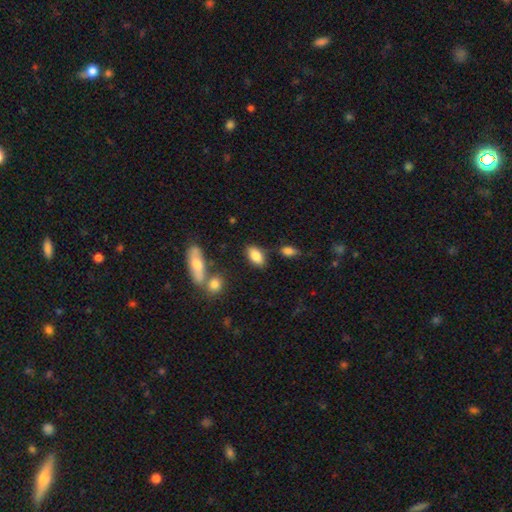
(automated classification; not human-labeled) Q: Smooth or featured?
A: smooth (83%); runner-up: featured or disk (10%)
Q: How rounded?
A: in between (92%); runner-up: round (5%)
Q: Merging?
A: none (78%); runner-up: minor disturbance (12%)